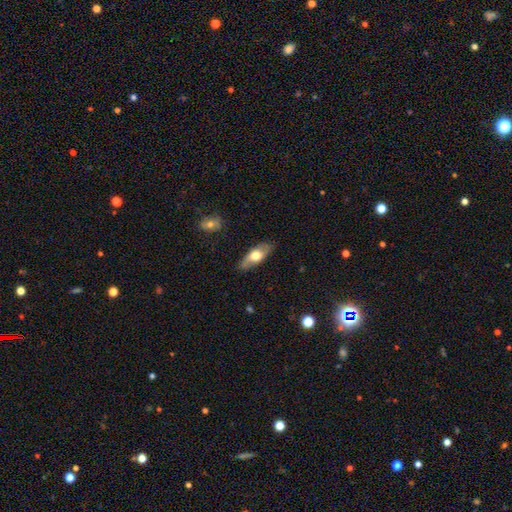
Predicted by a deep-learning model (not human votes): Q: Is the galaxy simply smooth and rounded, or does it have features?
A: smooth — 57%.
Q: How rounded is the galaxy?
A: in between — 77%.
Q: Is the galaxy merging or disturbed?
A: none — 82%.